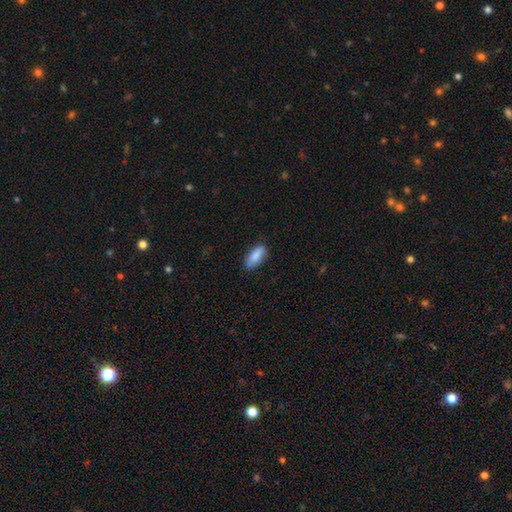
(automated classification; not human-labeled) Smooth or featured?
  - smooth: 87% *
  - featured or disk: 7%
  - star or artifact: 6%
How rounded?
  - in between: 84% *
  - cigar-shaped: 13%
  - round: 2%
Merging?
  - none: 84% *
  - minor disturbance: 13%
  - major disturbance: 2%
  - merger: 1%